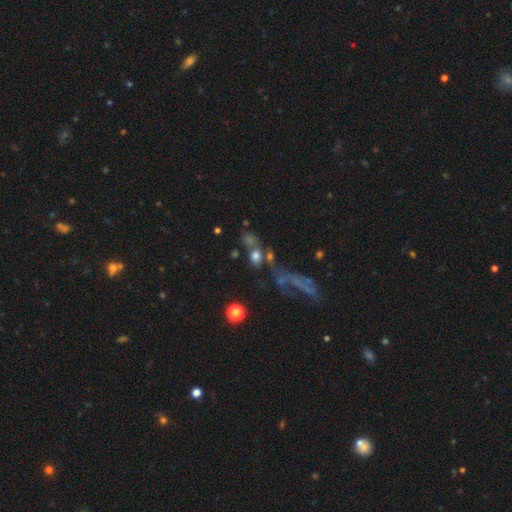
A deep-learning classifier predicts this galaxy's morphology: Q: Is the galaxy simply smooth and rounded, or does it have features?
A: smooth — 66%.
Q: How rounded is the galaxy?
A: in between — 53%.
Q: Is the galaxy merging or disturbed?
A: none — 44%.